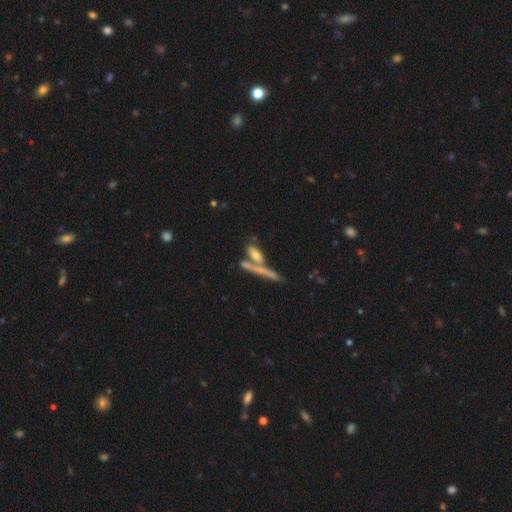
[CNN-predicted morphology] Smooth or featured? Predicted: smooth (p=0.53). How rounded? Predicted: cigar-shaped (p=0.61). Merging? Predicted: none (p=0.46).